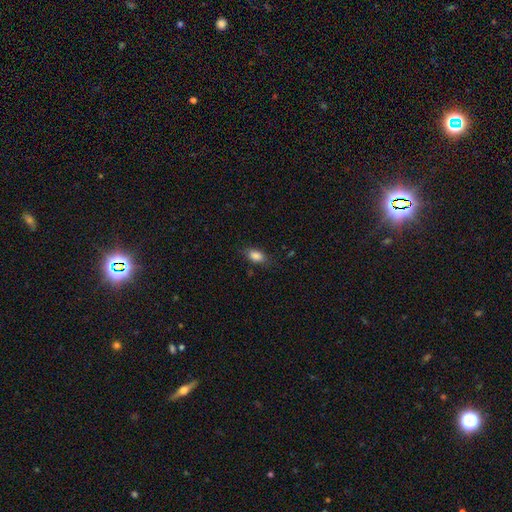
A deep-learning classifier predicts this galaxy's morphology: This appears to be a smooth galaxy with no disk features (85%) that is in between round and cigar-shaped (86%). Merging: none (78%).